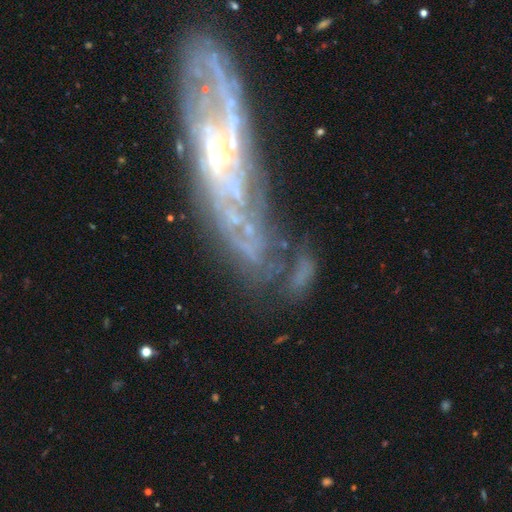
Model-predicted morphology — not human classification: Q: Smooth or featured?
A: featured or disk (69%); runner-up: smooth (16%)
Q: Edge-on disk?
A: no (80%); runner-up: yes (20%)
Q: Bar?
A: no (73%); runner-up: weak (18%)
Q: Spiral arms?
A: yes (55%); runner-up: no (45%)
Q: Bulge size?
A: small (50%); runner-up: none (27%)
Q: Merging?
A: none (48%); runner-up: major disturbance (23%)